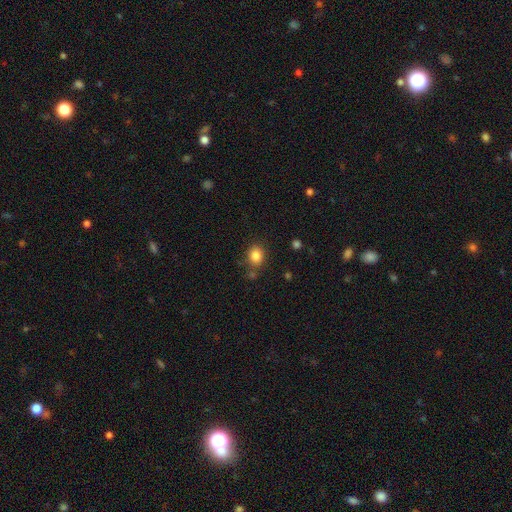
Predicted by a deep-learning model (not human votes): smooth_or_featured: smooth (p=0.85) [alt: star or artifact p=0.10]
how_rounded: round (p=0.59) [alt: in between p=0.40]
merging: none (p=0.78) [alt: minor disturbance p=0.12]